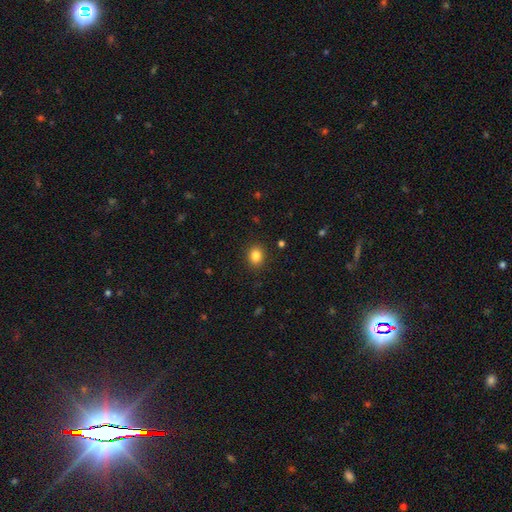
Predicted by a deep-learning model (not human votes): A smooth galaxy with no disk features (84%) that is round (57%). Merging: none (89%).